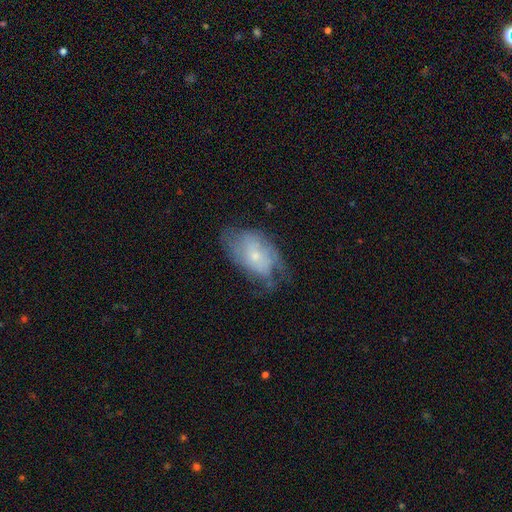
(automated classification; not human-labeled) smooth-or-featured: featured or disk: 52% | smooth: 40% | star or artifact: 8%
  disk-edge-on: no: 94% | yes: 6%
  merging: none: 46% | minor disturbance: 31% | major disturbance: 21% | merger: 2%